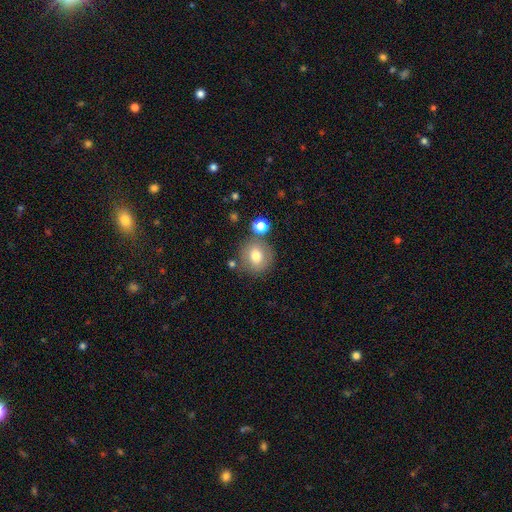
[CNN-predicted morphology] Smooth or featured: smooth — 73% (featured or disk — 16%)
How rounded: round — 86% (in between — 13%)
Merging: none — 74% (minor disturbance — 12%)